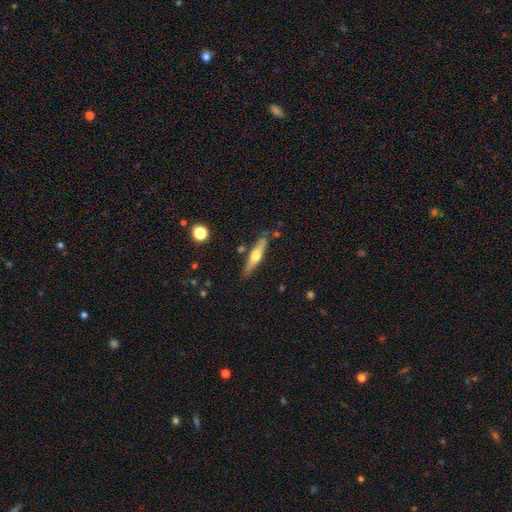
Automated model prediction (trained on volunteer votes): Smooth or featured? featured or disk (52%)
Edge-on disk? yes (93%)
Merging? none (82%)